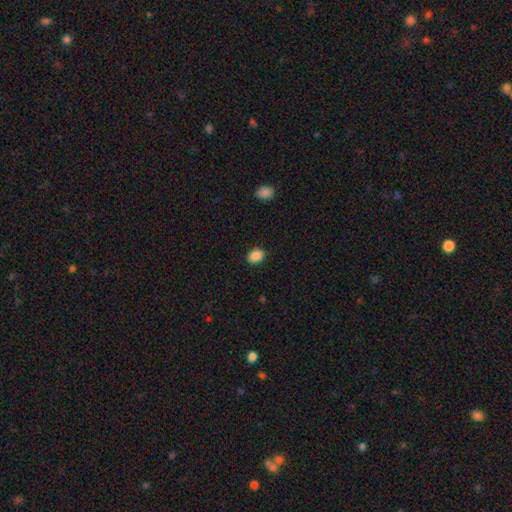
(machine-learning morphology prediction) A smooth galaxy with no disk features (88%) that is in between round and cigar-shaped (67%).

Vote fractions:
- Smooth or featured? smooth: 88% / star or artifact: 9% / featured or disk: 3%
- How rounded? in between: 67% / round: 32% / cigar-shaped: 1%
- Merging? none: 88% / minor disturbance: 9% / major disturbance: 2% / merger: 1%